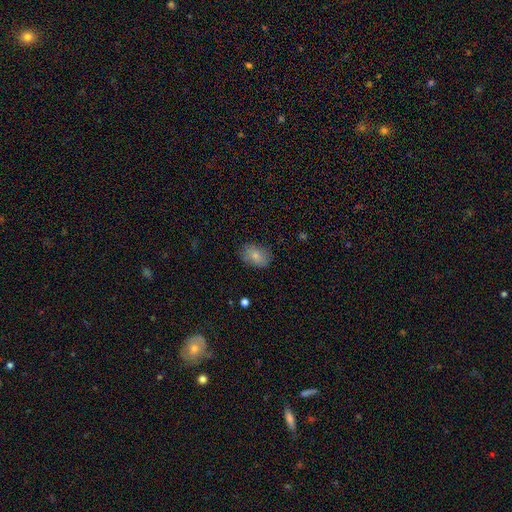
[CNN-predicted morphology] This is likely a smooth galaxy (78%). How rounded: clearly in between (82%). Merging: likely none (79%).